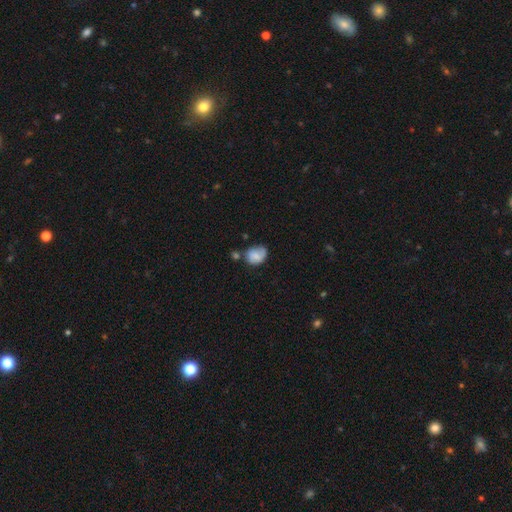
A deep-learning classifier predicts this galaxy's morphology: smooth 64%, featured or disk 28%, star or artifact 9%. Down the decision tree: how rounded — in between (53%); merging — none (49%).